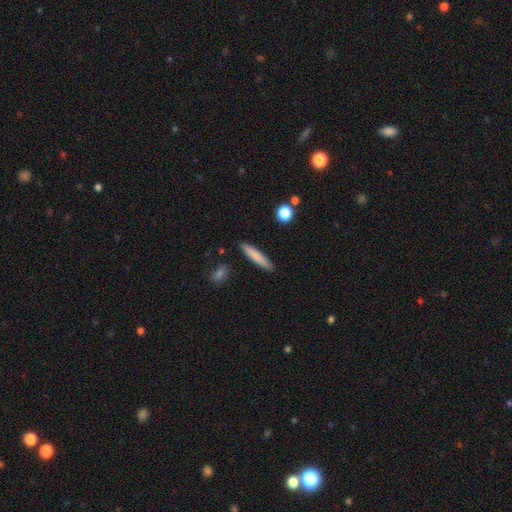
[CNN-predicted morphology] Overall: smooth (80%). How rounded: cigar-shaped (91%). Merging: none (90%).